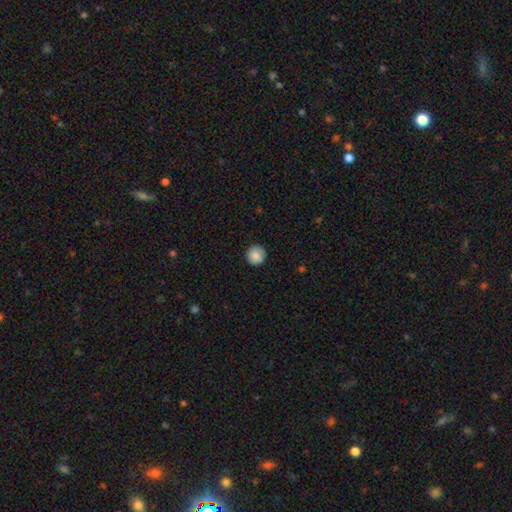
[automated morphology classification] This is clearly a smooth galaxy (86%). How rounded: clearly round (95%). Merging: clearly none (89%).